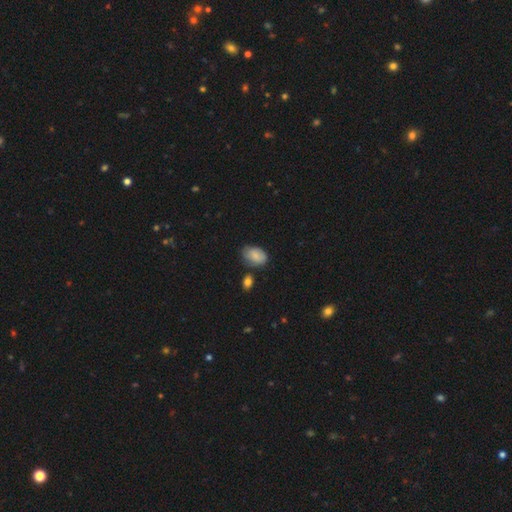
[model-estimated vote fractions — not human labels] Q: Smooth or featured?
A: smooth (83%); runner-up: featured or disk (10%)
Q: How rounded?
A: in between (87%); runner-up: round (12%)
Q: Merging?
A: none (62%); runner-up: minor disturbance (26%)